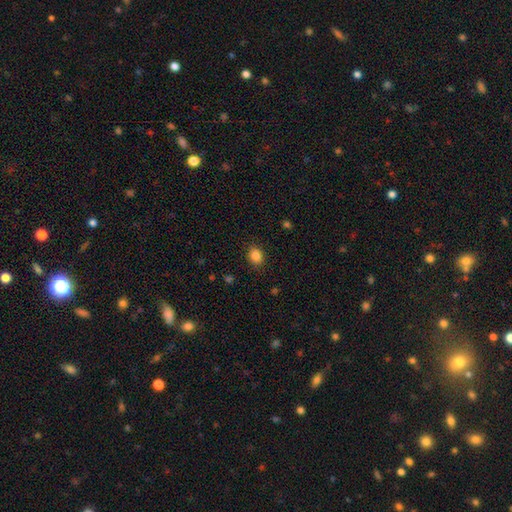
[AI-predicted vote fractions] Overall: smooth (85%). How rounded: round (54%; in between 45%). Merging: none (88%).